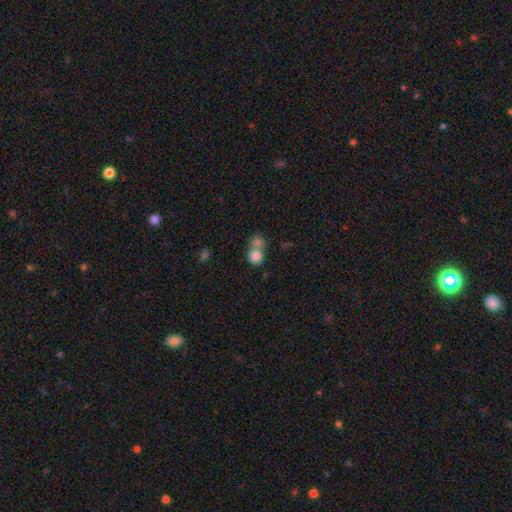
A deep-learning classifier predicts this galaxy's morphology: A smooth galaxy with no disk features (82%) that is round (80%). Merging: merger (52%).